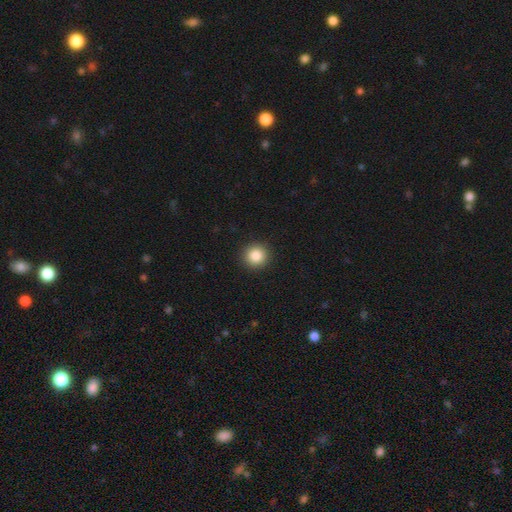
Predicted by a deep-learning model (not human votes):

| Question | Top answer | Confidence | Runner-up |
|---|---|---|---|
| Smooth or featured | smooth | 86% | star or artifact (10%) |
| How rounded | round | 94% | in between (5%) |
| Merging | none | 92% | minor disturbance (5%) |